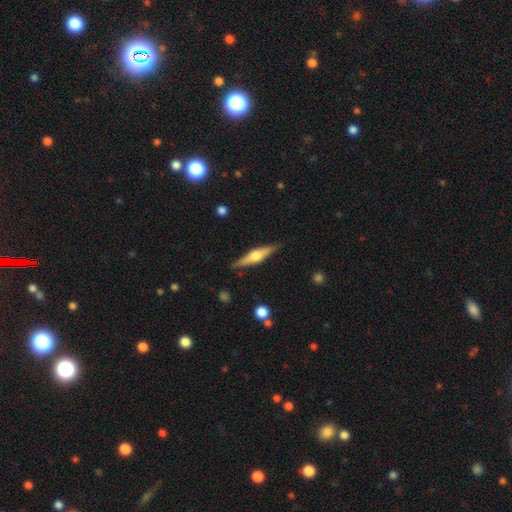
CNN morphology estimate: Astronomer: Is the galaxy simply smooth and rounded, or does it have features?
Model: featured or disk — 74%.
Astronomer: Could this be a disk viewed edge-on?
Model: yes — 97%.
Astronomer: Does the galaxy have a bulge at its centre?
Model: rounded — 92%.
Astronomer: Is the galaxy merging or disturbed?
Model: none — 88%.